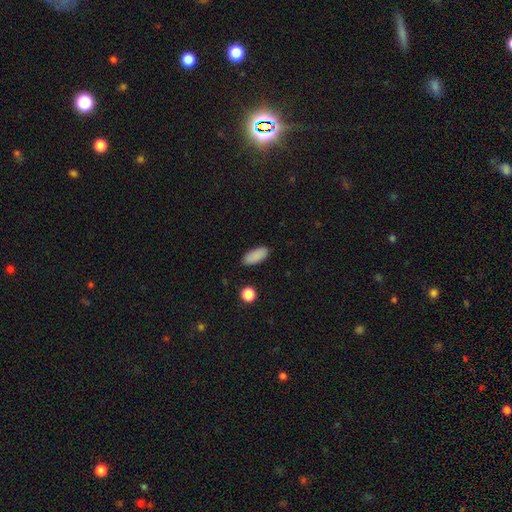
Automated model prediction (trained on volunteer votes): Smooth or featured: smooth — 88% (star or artifact — 8%)
How rounded: in between — 84% (cigar-shaped — 13%)
Merging: none — 87% (minor disturbance — 10%)